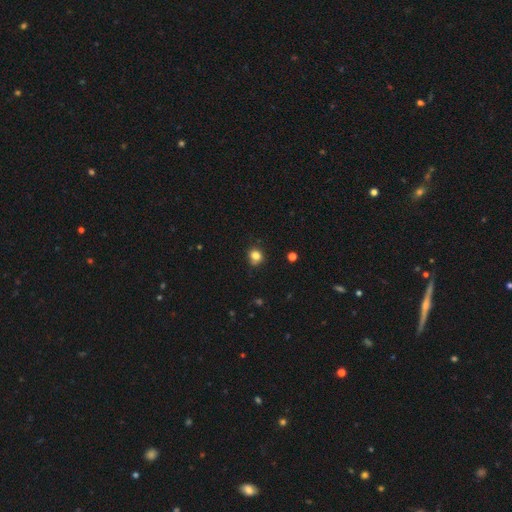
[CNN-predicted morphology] The model was most divided on "merging": none: 73%, minor disturbance: 20%, major disturbance: 4%, merger: 2%. More confident: smooth or featured — smooth (81%); how rounded — round (78%).